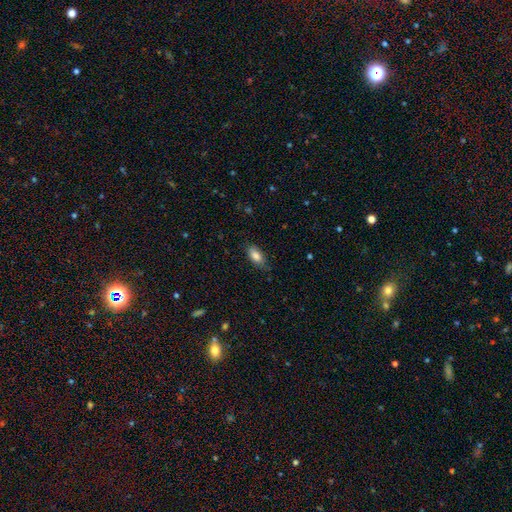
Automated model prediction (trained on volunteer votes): Smooth or featured? Predicted: smooth (p=0.85). How rounded? Predicted: in between (p=0.89). Merging? Predicted: none (p=0.76).